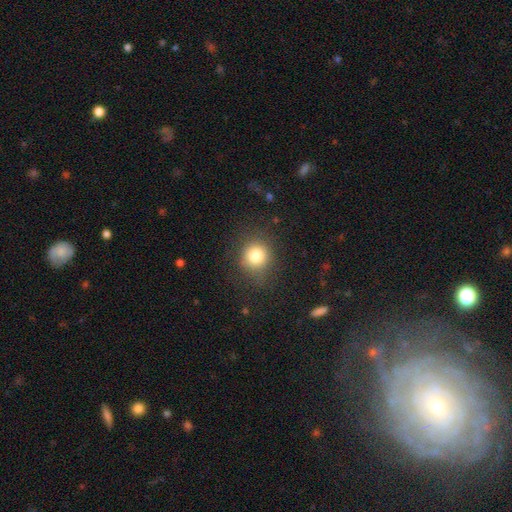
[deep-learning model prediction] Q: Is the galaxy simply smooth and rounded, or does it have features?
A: smooth — 80%.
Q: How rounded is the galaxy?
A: round — 86%.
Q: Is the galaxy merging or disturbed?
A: none — 81%.